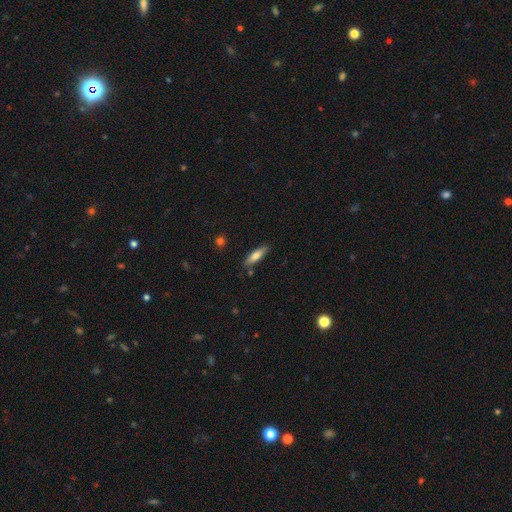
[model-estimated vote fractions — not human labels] Smooth or featured?
  - smooth: 68% *
  - featured or disk: 25%
  - star or artifact: 6%
How rounded?
  - cigar-shaped: 64% *
  - in between: 34%
  - round: 2%
Merging?
  - none: 80% *
  - minor disturbance: 13%
  - merger: 4%
  - major disturbance: 3%